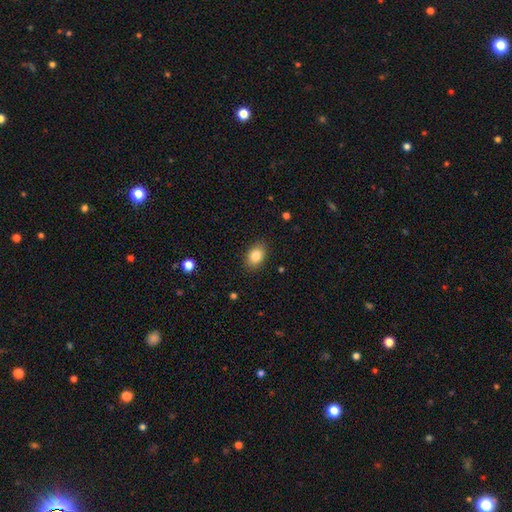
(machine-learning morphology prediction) Smooth or featured: smooth — 84% (star or artifact — 8%)
How rounded: in between — 79% (round — 20%)
Merging: none — 86% (minor disturbance — 10%)